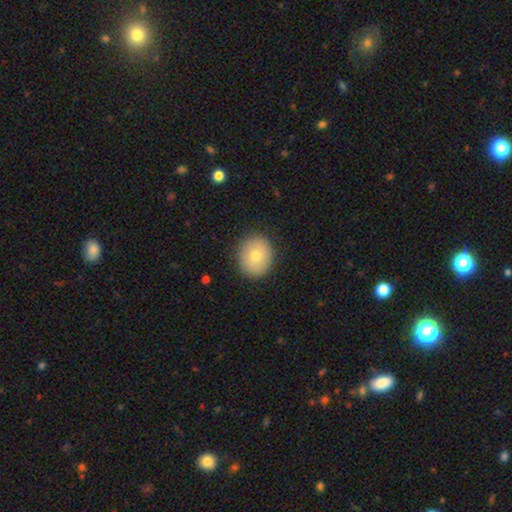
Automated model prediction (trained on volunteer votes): A smooth galaxy with no disk features (72%) that is round (71%).

Vote fractions:
- Smooth or featured? smooth: 72% / featured or disk: 20% / star or artifact: 8%
- How rounded? round: 71% / in between: 28% / cigar-shaped: 1%
- Merging? none: 88% / minor disturbance: 9% / major disturbance: 2% / merger: 1%